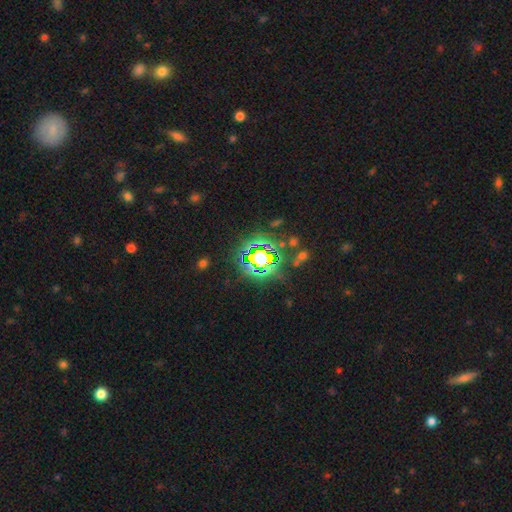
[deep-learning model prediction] Smooth or featured: star or artifact — 71% (smooth — 16%)